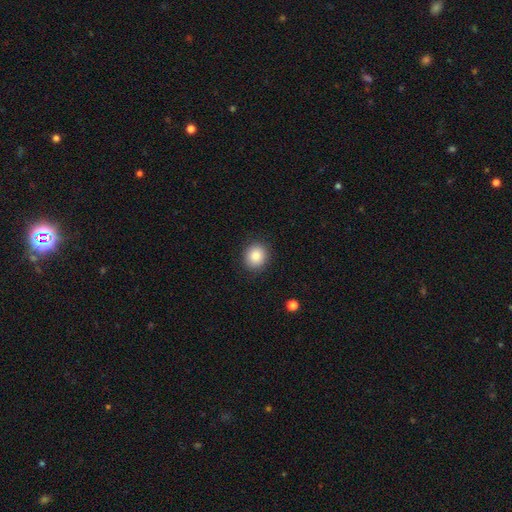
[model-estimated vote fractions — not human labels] Q: Smooth or featured?
A: smooth (85%); runner-up: star or artifact (9%)
Q: How rounded?
A: round (76%); runner-up: in between (23%)
Q: Merging?
A: none (89%); runner-up: minor disturbance (8%)